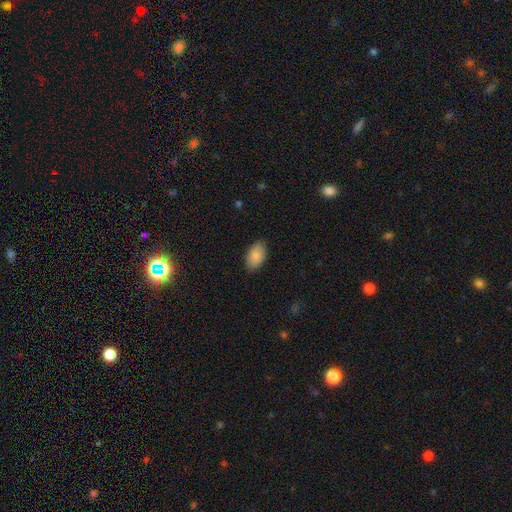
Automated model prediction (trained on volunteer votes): This is clearly a smooth galaxy (87%). How rounded: clearly in between (94%). Merging: clearly none (85%).